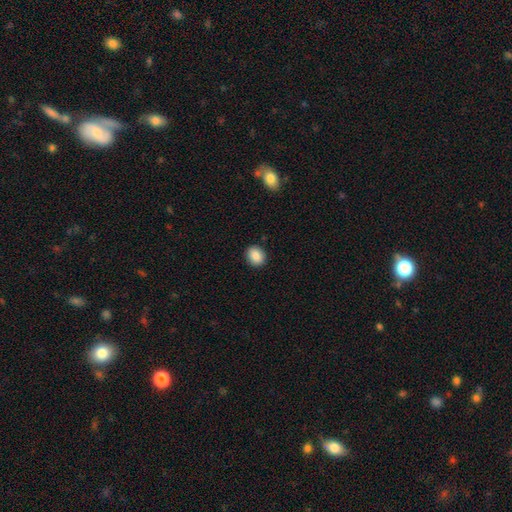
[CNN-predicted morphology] type=smooth (88%); roundness=round (59%); merging=none (90%).